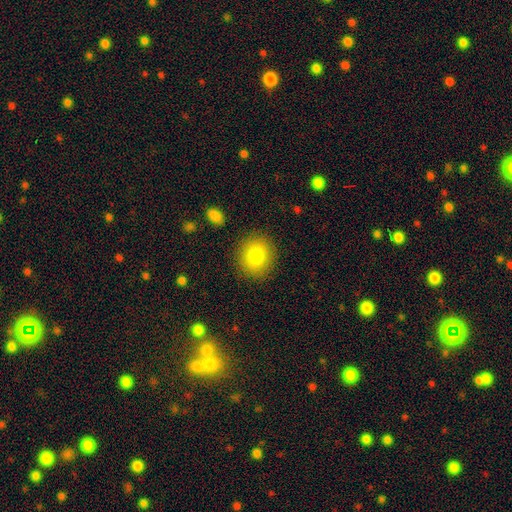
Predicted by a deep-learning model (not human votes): Smooth or featured? smooth (81%)
How rounded? round (82%)
Merging? none (89%)